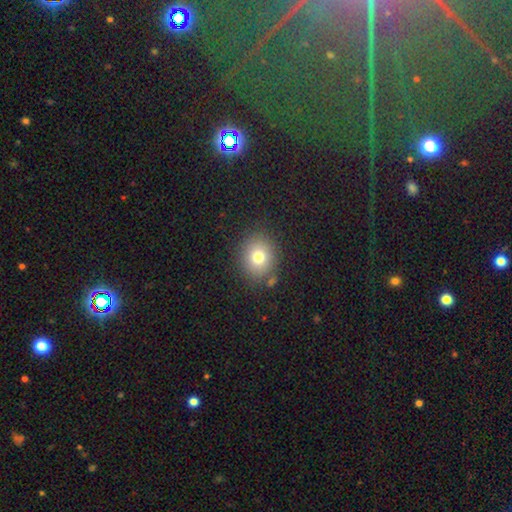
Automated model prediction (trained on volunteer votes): smooth_or_featured: smooth (p=0.75) [alt: star or artifact p=0.16]
how_rounded: round (p=0.73) [alt: in between p=0.26]
merging: none (p=0.84) [alt: minor disturbance p=0.09]